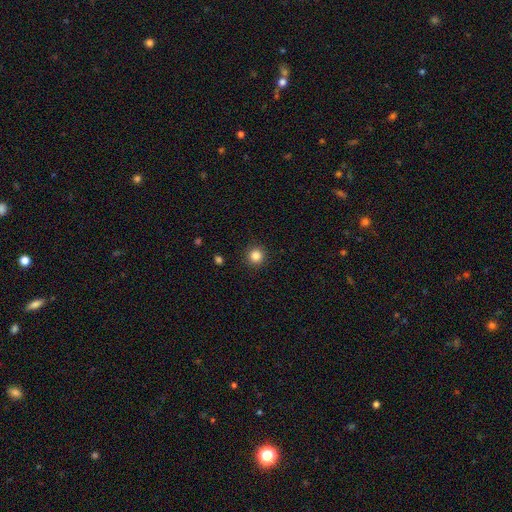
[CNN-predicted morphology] This appears to be a smooth galaxy with no disk features (85%) that is round (95%). Merging: none (92%).